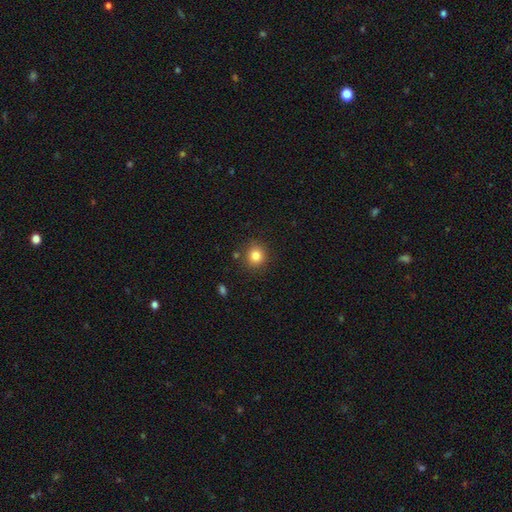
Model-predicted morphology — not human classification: Smooth or featured: smooth — 83% (star or artifact — 11%)
How rounded: round — 87% (in between — 12%)
Merging: none — 86% (minor disturbance — 8%)